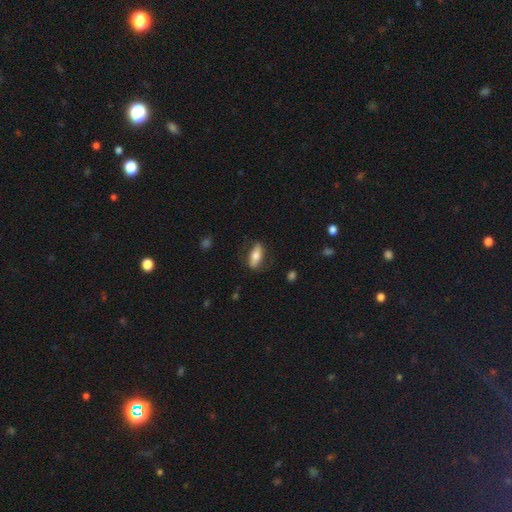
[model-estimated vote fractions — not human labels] Morphology: type=smooth (67%); roundness=in between (66%); merging=none (78%).